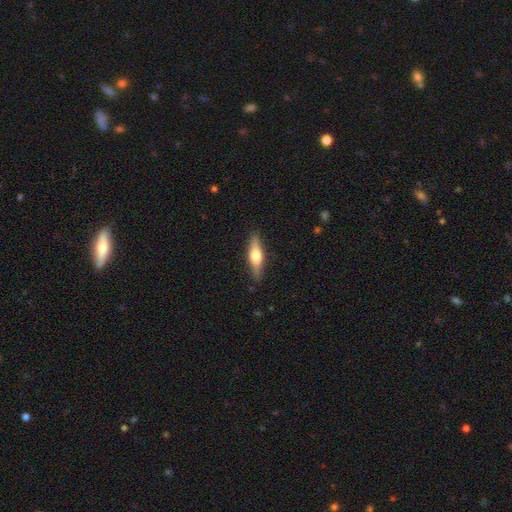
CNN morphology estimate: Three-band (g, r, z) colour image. It shows a smooth galaxy with no disk features (49%). Merging: none (87%).